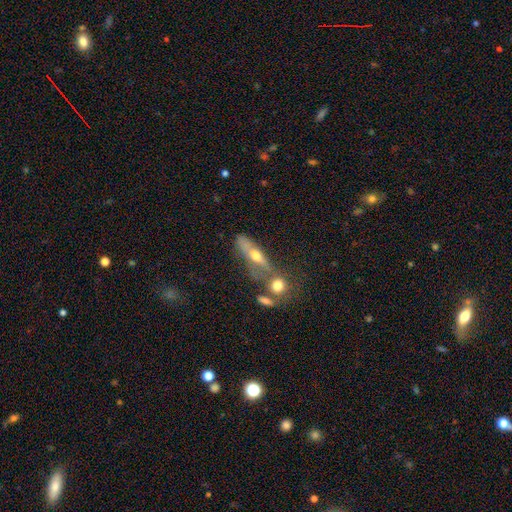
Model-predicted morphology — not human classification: The model was most divided on "smooth or featured": featured or disk: 45%, smooth: 44%, star or artifact: 11%. Remaining: merging — none (36%).